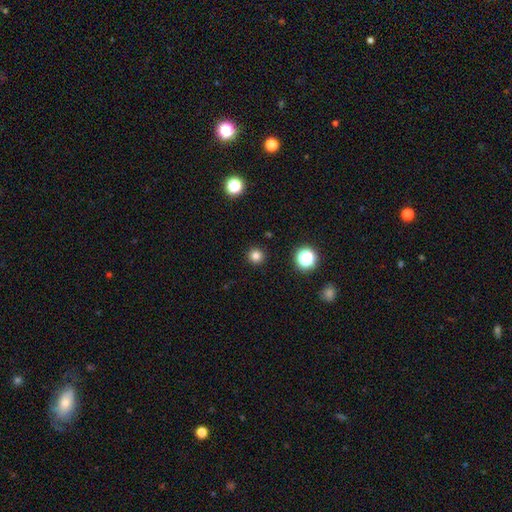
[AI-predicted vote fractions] smooth-or-featured: smooth: 80% | star or artifact: 15% | featured or disk: 5%
  how-rounded: round: 96% | in between: 3% | cigar-shaped: 1%
  merging: none: 92% | minor disturbance: 5% | major disturbance: 2% | merger: 1%